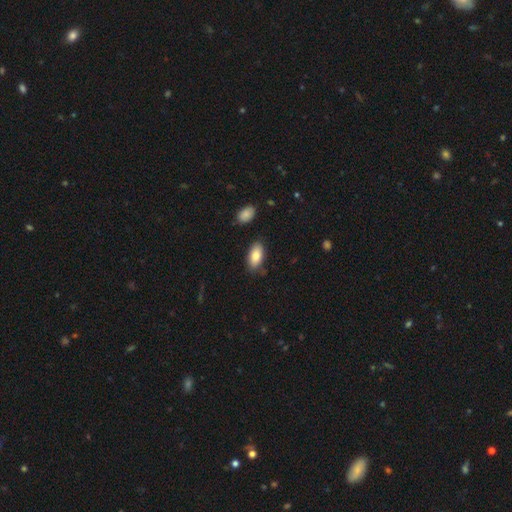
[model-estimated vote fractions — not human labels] A smooth galaxy with no disk features (85%) that is in between round and cigar-shaped (92%).

Vote fractions:
- Smooth or featured? smooth: 85% / featured or disk: 8% / star or artifact: 7%
- How rounded? in between: 92% / cigar-shaped: 5% / round: 3%
- Merging? none: 82% / minor disturbance: 13% / merger: 3% / major disturbance: 3%